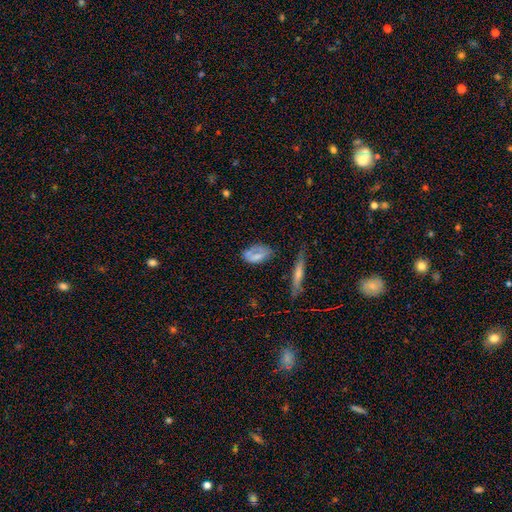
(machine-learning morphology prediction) This appears to be a smooth galaxy with no disk features (64%) that is in between round and cigar-shaped (88%). Merging: none (51%).